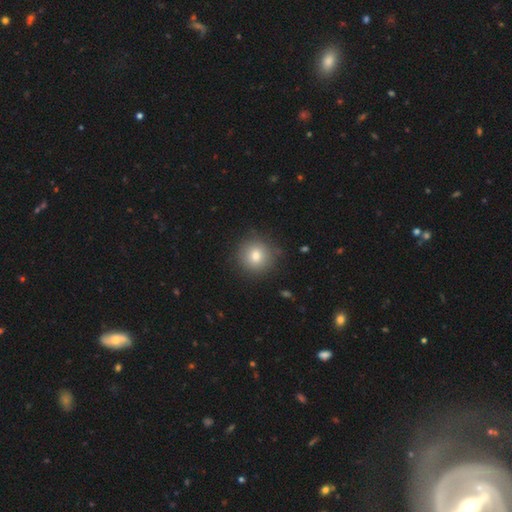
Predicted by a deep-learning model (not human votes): smooth-or-featured: smooth: 79% | star or artifact: 11% | featured or disk: 10%
  how-rounded: round: 94% | in between: 5% | cigar-shaped: 1%
  merging: none: 87% | minor disturbance: 9% | major disturbance: 3% | merger: 1%